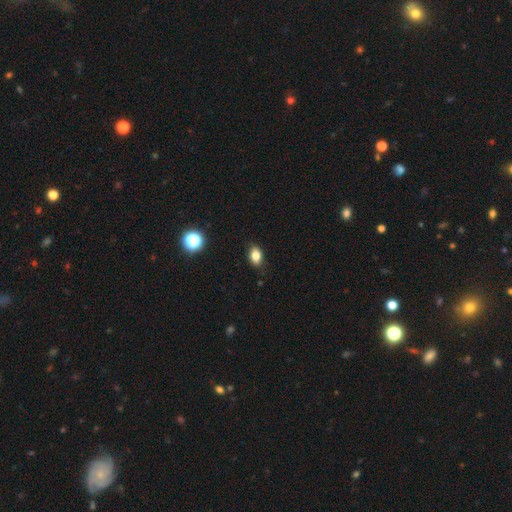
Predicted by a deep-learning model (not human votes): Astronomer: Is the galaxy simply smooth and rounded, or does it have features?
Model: smooth — 81%.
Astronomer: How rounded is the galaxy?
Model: in between — 81%.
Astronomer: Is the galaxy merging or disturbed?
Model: none — 84%.